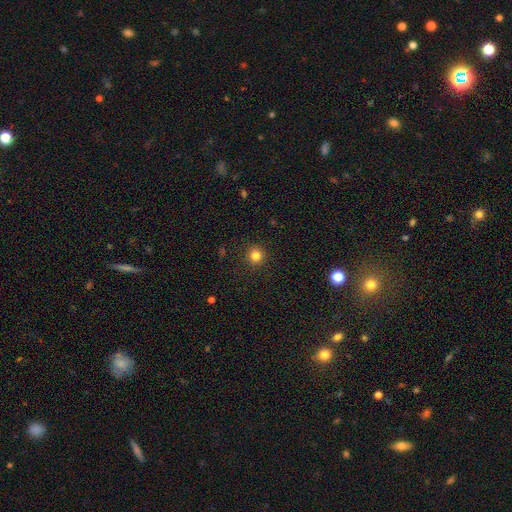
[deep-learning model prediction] smooth_or_featured: smooth (p=0.82) [alt: star or artifact p=0.13]
how_rounded: round (p=0.95) [alt: in between p=0.04]
merging: none (p=0.92) [alt: minor disturbance p=0.05]